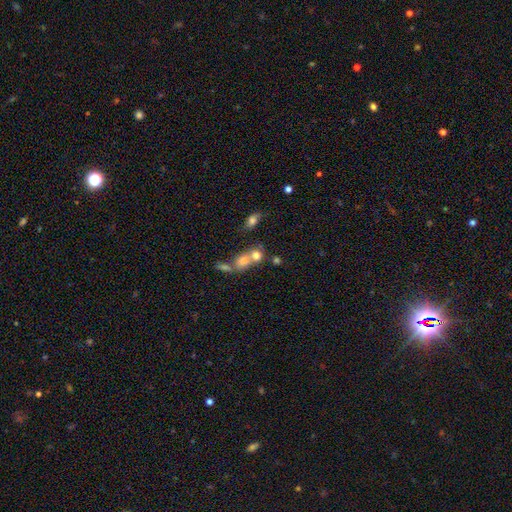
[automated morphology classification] This is likely a smooth galaxy (72%). How rounded: likely round (65%). Merging: possibly merger (56%).